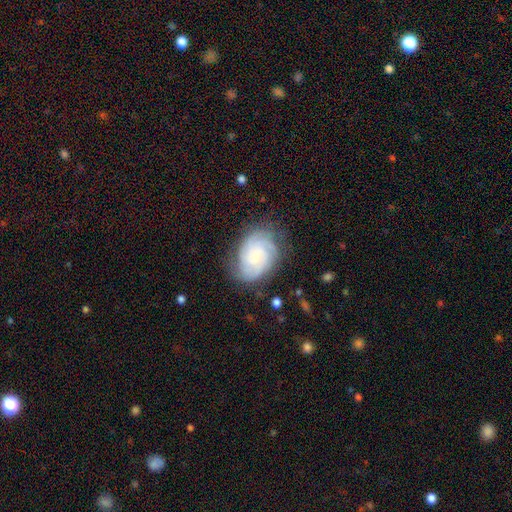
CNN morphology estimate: Q: Smooth or featured?
A: featured or disk (77%); runner-up: smooth (16%)
Q: Edge-on disk?
A: no (97%); runner-up: yes (3%)
Q: Bar?
A: no (66%); runner-up: weak (29%)
Q: Spiral arms?
A: yes (96%); runner-up: no (4%)
Q: Spiral winding?
A: tight (68%); runner-up: medium (27%)
Q: Spiral arm count?
A: can't tell (30%); runner-up: 3 (24%)
Q: Bulge size?
A: small (67%); runner-up: moderate (28%)
Q: Merging?
A: none (74%); runner-up: minor disturbance (19%)